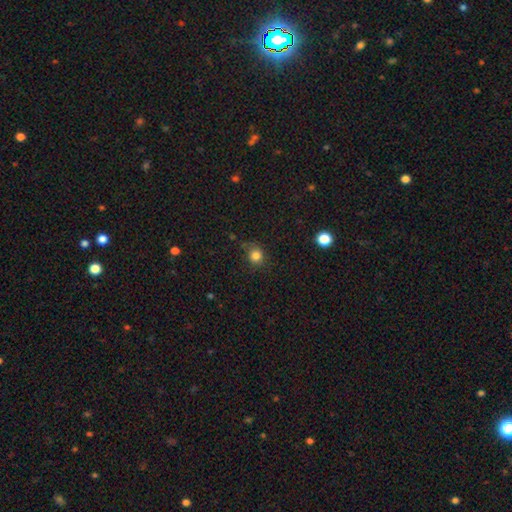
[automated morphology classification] Smooth or featured: smooth — 82% (star or artifact — 13%)
How rounded: round — 84% (in between — 15%)
Merging: none — 76% (minor disturbance — 17%)